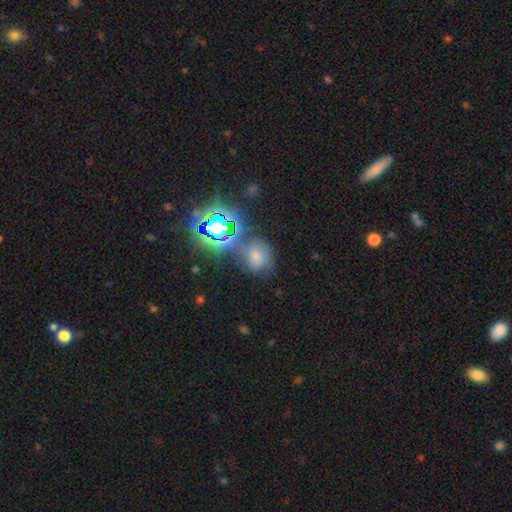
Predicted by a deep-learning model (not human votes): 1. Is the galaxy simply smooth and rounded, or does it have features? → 54% smooth, 31% star or artifact, 15% featured or disk.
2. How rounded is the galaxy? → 61% round, 37% in between, 2% cigar-shaped.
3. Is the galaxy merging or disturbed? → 52% none, 20% minor disturbance, 16% merger, 12% major disturbance.